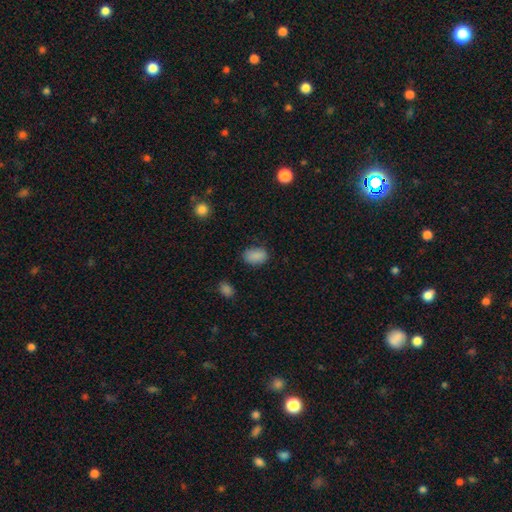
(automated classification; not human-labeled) Smooth or featured: smooth — 87% (star or artifact — 9%)
How rounded: in between — 85% (round — 14%)
Merging: none — 81% (minor disturbance — 14%)